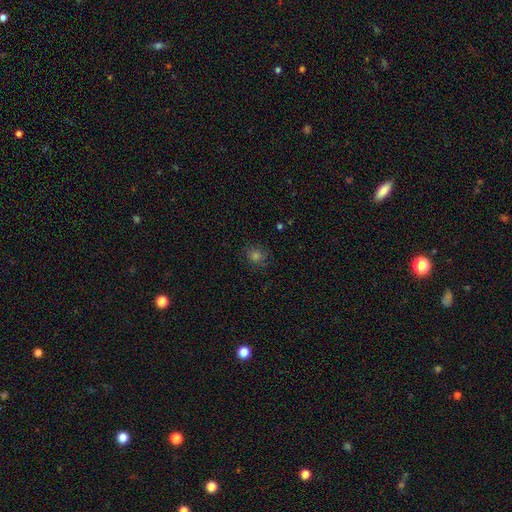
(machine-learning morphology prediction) A smooth galaxy with no disk features (62%) that is round (83%). Merging: none (83%).